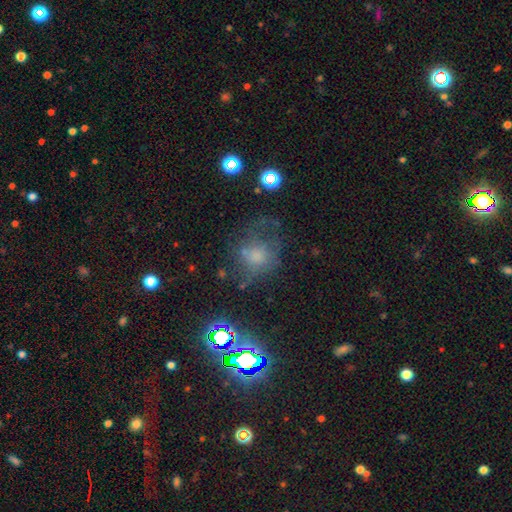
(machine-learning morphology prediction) This is possibly a smooth galaxy (56%). How rounded: likely round (76%). Merging: possibly none (51%).